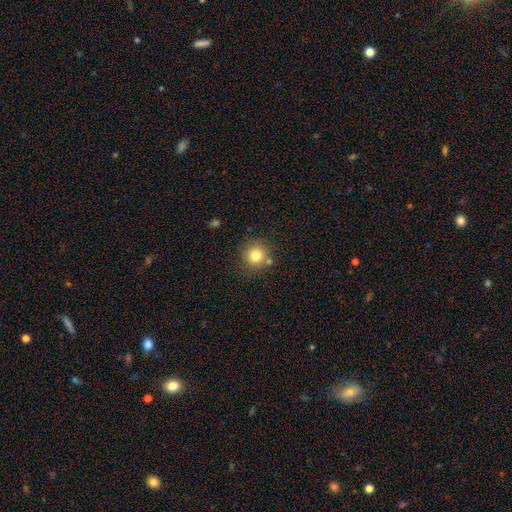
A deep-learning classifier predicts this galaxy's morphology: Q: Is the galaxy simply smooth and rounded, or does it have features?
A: smooth — 79%.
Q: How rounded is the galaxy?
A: round — 93%.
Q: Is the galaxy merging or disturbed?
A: none — 77%.